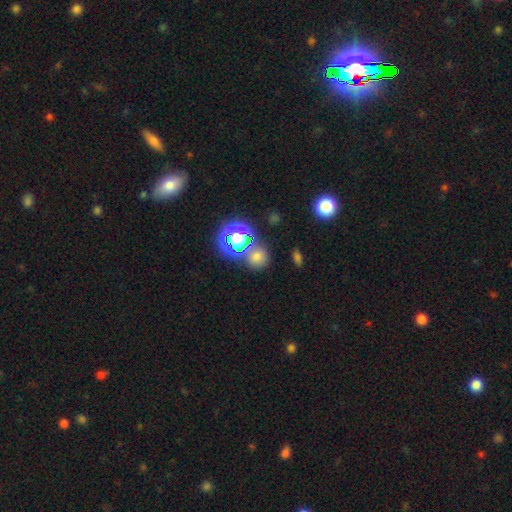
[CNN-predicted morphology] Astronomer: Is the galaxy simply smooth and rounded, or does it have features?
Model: smooth — 49% (runner-up: star or artifact, 43%).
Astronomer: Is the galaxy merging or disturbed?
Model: none — 76%.